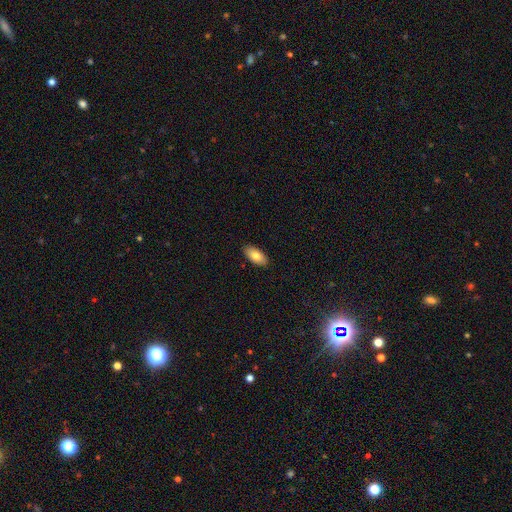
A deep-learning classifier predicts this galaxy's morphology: This appears to be a smooth galaxy with no disk features (80%) that is in between round and cigar-shaped (91%). Merging: none (89%).